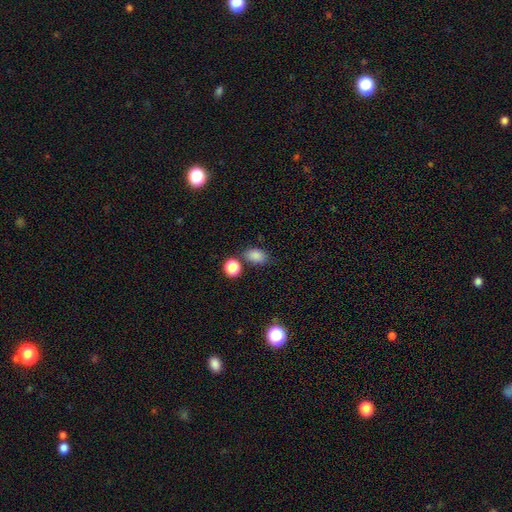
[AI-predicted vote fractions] Smooth or featured?
  - smooth: 85% *
  - star or artifact: 10%
  - featured or disk: 4%
How rounded?
  - in between: 80% *
  - round: 18%
  - cigar-shaped: 1%
Merging?
  - none: 69% *
  - merger: 14%
  - minor disturbance: 13%
  - major disturbance: 4%